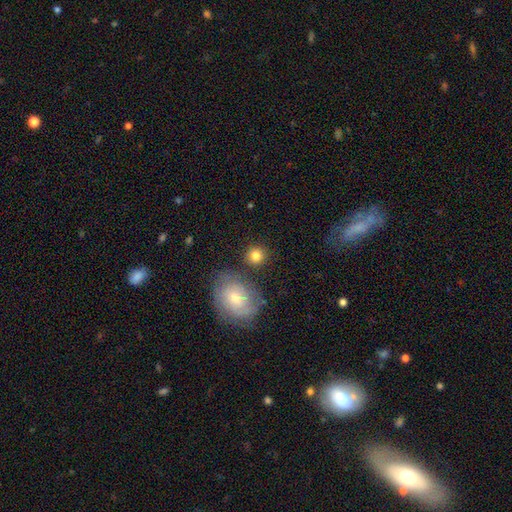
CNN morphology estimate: A smooth galaxy with no disk features (82%) that is round (88%). Merging: none (80%).